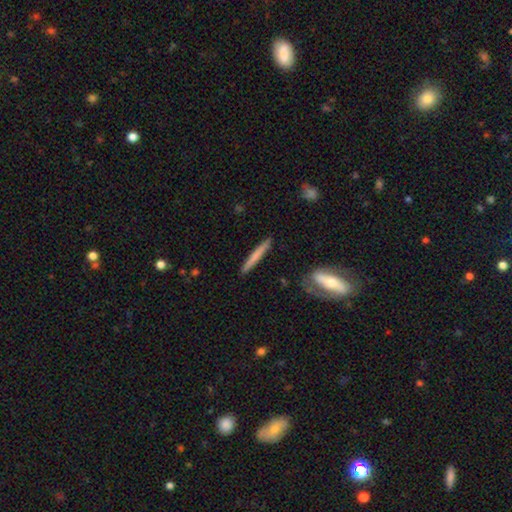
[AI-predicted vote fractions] The model was most divided on "smooth or featured": smooth: 62%, featured or disk: 33%, star or artifact: 5%. More confident: how rounded — cigar-shaped (96%); merging — none (89%).